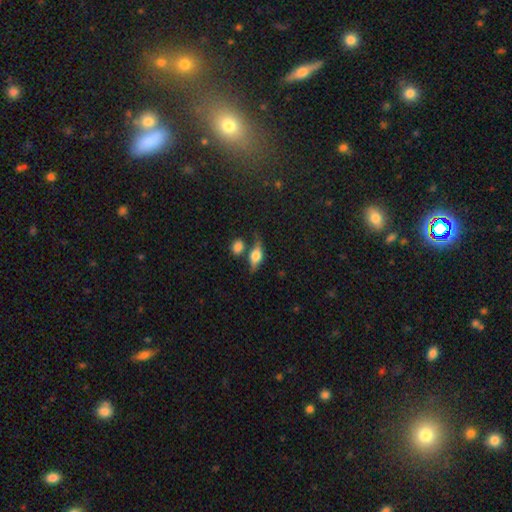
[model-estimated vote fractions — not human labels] Smooth or featured? Predicted: featured or disk (p=0.46). Merging? Predicted: none (p=0.59).